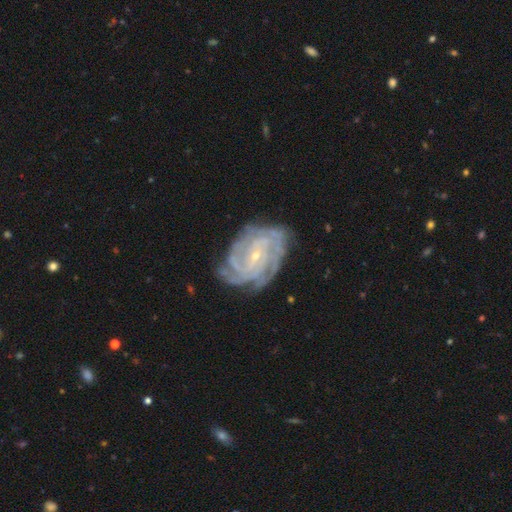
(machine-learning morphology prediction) Smooth or featured?
  - featured or disk: 89% *
  - star or artifact: 6%
  - smooth: 5%
Edge-on disk?
  - no: 97% *
  - yes: 3%
Bar?
  - no: 50% *
  - weak: 36%
  - strong: 14%
Spiral arms?
  - yes: 98% *
  - no: 2%
Spiral winding?
  - tight: 73% *
  - medium: 23%
  - loose: 4%
Spiral arm count?
  - 4: 29% *
  - can't tell: 21%
  - 3: 17%
  - more than 4: 14%
  - 2: 11%
  - 1: 7%
Bulge size?
  - small: 82% *
  - moderate: 15%
  - none: 1%
  - large: 1%
  - dominant: 1%
Merging?
  - none: 74% *
  - minor disturbance: 18%
  - major disturbance: 6%
  - merger: 2%